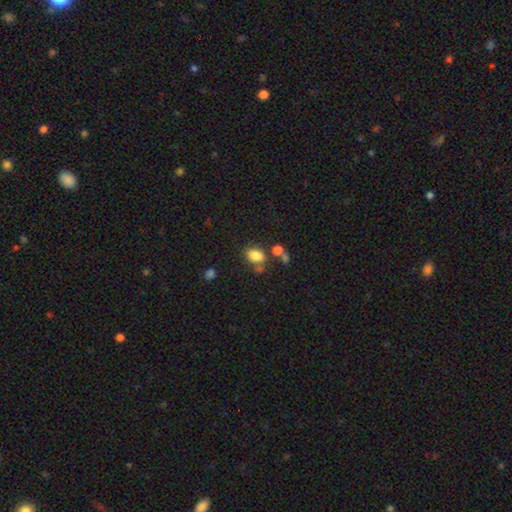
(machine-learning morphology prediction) A smooth galaxy with no disk features (83%) that is in between round and cigar-shaped (80%). Merging: none (63%).